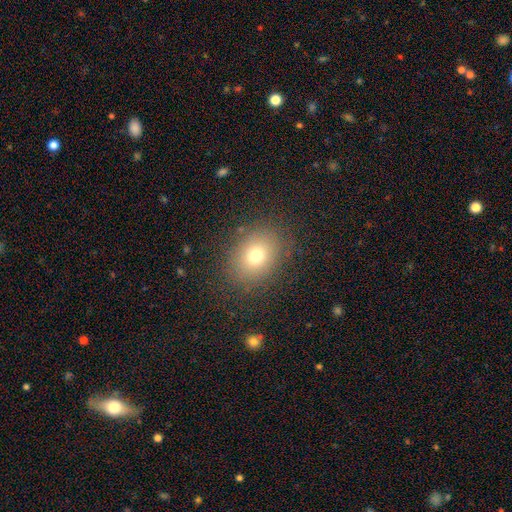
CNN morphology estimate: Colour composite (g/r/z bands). It shows a smooth galaxy with no disk features (74%) that is in between round and cigar-shaped (54%). Merging: none (85%).